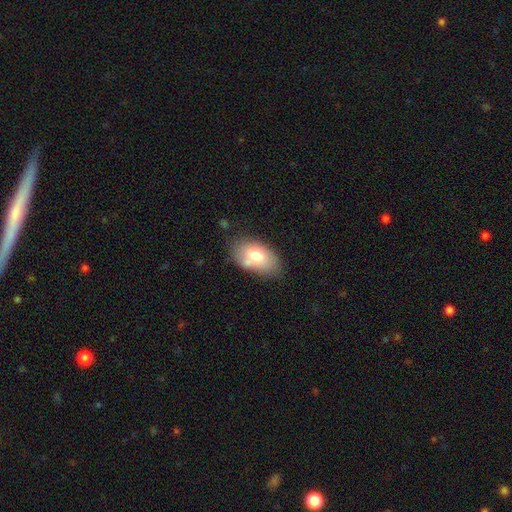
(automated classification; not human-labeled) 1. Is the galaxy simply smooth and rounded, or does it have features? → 73% smooth, 19% featured or disk, 8% star or artifact.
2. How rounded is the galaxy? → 91% in between, 7% round, 1% cigar-shaped.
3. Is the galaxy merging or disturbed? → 65% none, 22% minor disturbance, 7% merger, 6% major disturbance.